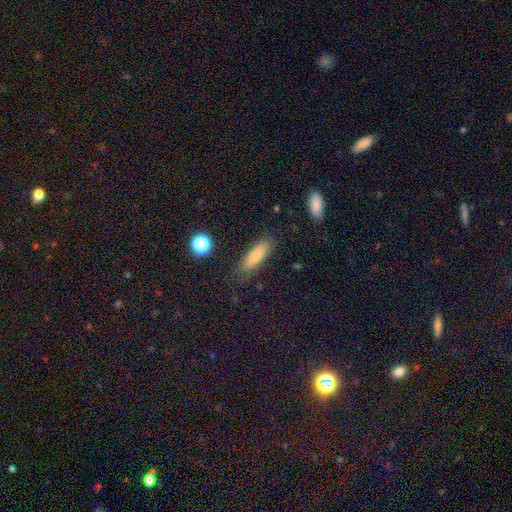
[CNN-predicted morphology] A smooth galaxy with no disk features (81%) that is cigar-shaped (51%).

Vote fractions:
- Smooth or featured? smooth: 81% / featured or disk: 10% / star or artifact: 9%
- How rounded? cigar-shaped: 51% / in between: 46% / round: 3%
- Merging? none: 79% / minor disturbance: 15% / major disturbance: 5% / merger: 2%